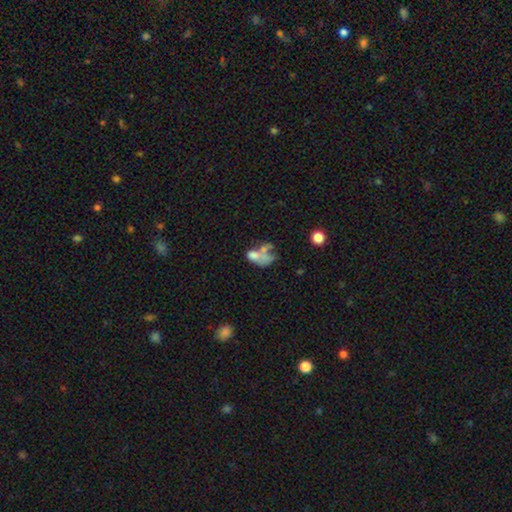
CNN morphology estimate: The model was most divided on "smooth or featured": smooth: 48%, featured or disk: 39%, star or artifact: 13%. Remaining: merging — merger (44%).